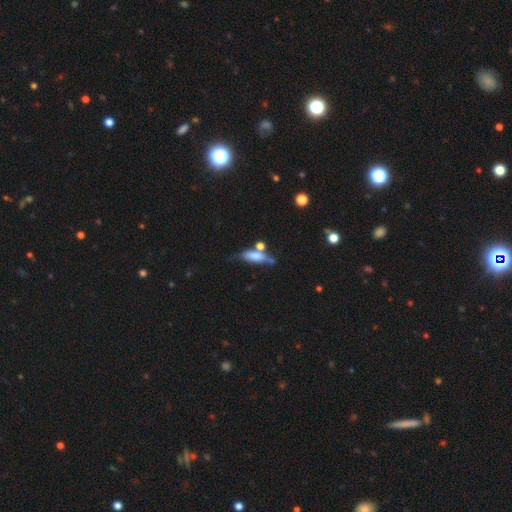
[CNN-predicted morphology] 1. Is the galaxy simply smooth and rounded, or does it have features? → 62% smooth, 29% featured or disk, 8% star or artifact.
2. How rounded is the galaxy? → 50% cigar-shaped, 47% in between, 3% round.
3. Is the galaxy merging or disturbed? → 46% none, 23% minor disturbance, 20% merger, 10% major disturbance.